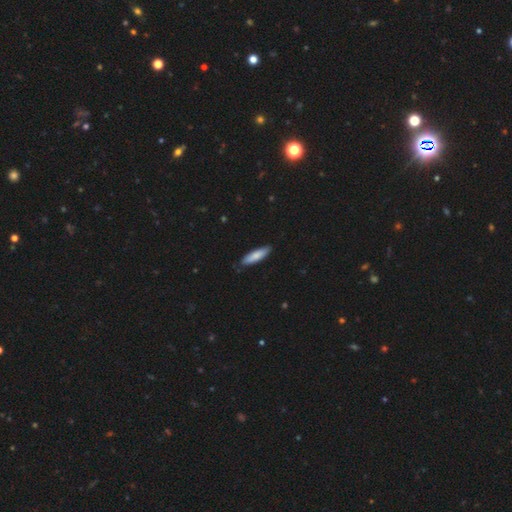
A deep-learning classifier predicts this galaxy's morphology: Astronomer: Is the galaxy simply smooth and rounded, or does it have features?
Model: smooth — 81%.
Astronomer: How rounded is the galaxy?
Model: cigar-shaped — 65%.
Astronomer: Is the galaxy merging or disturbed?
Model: none — 85%.